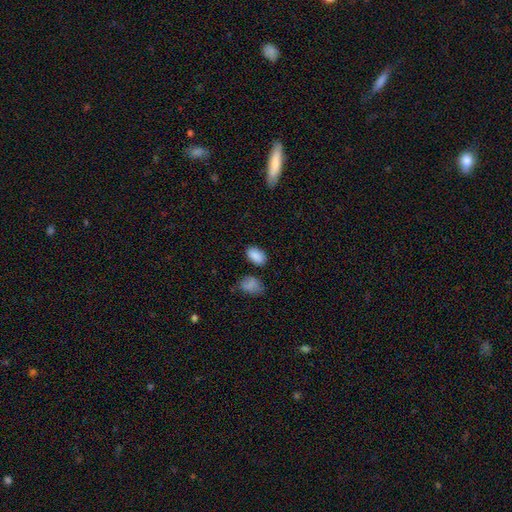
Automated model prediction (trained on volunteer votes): Smooth or featured?
  - smooth: 87% *
  - star or artifact: 9%
  - featured or disk: 4%
How rounded?
  - in between: 92% *
  - round: 7%
  - cigar-shaped: 1%
Merging?
  - none: 77% *
  - minor disturbance: 14%
  - merger: 6%
  - major disturbance: 3%